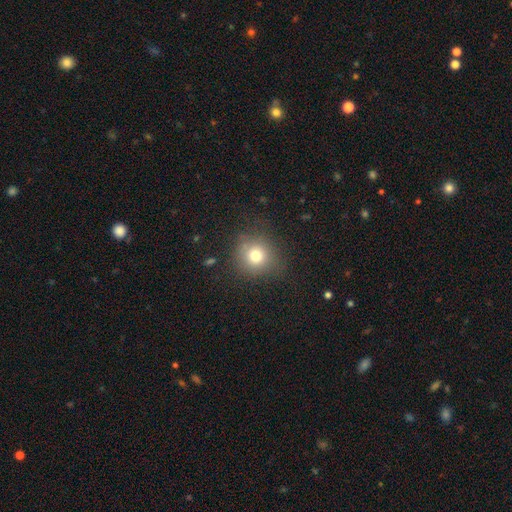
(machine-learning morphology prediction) smooth-or-featured: smooth: 76% | star or artifact: 14% | featured or disk: 10%
  how-rounded: round: 88% | in between: 11% | cigar-shaped: 1%
  merging: none: 78% | minor disturbance: 14% | major disturbance: 6% | merger: 2%